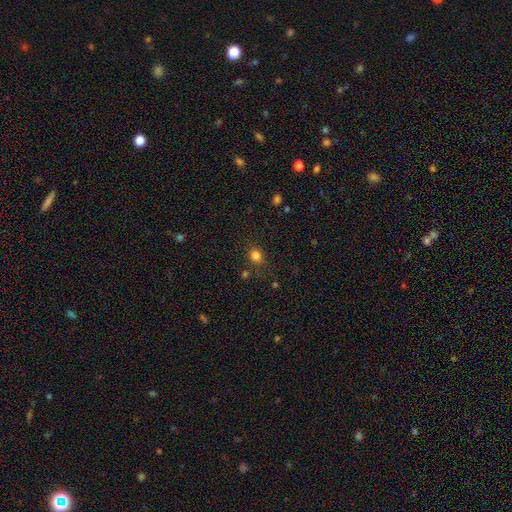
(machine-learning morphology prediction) smooth 80%, star or artifact 15%, featured or disk 5%. Down the decision tree: how rounded — round (69%); merging — none (81%).